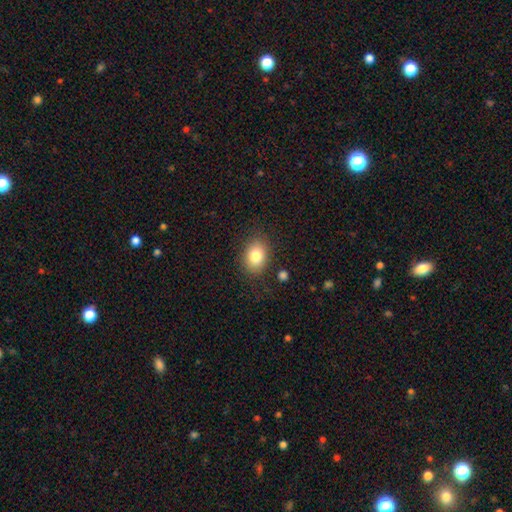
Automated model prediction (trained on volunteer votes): Smooth or featured? Predicted: smooth (p=0.81). How rounded? Predicted: in between (p=0.69). Merging? Predicted: none (p=0.84).